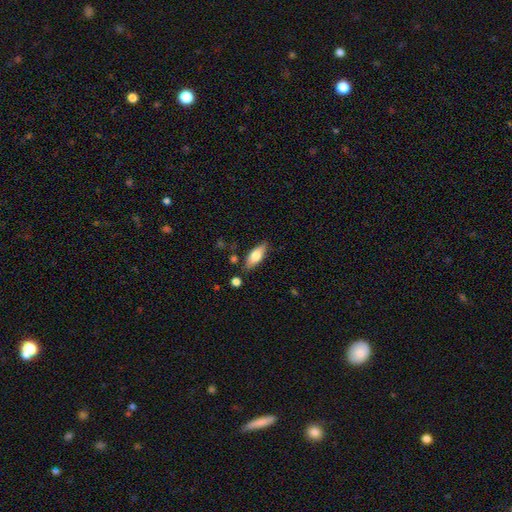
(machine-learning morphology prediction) Smooth or featured? Predicted: smooth (p=0.73). How rounded? Predicted: in between (p=0.74). Merging? Predicted: none (p=0.81).